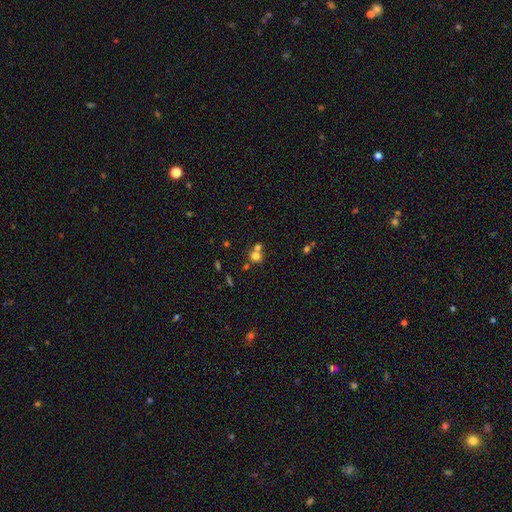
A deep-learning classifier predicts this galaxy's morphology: Smooth or featured?
  - smooth: 71% *
  - star or artifact: 16%
  - featured or disk: 13%
How rounded?
  - round: 84% *
  - in between: 14%
  - cigar-shaped: 1%
Merging?
  - merger: 46% *
  - none: 44%
  - minor disturbance: 6%
  - major disturbance: 3%